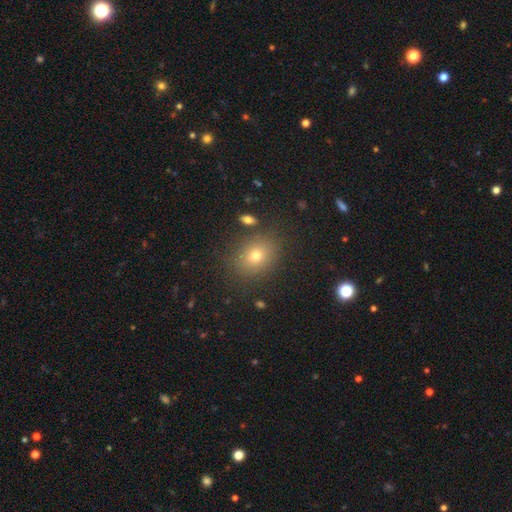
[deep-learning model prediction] Q: Smooth or featured?
A: smooth (72%); runner-up: star or artifact (16%)
Q: How rounded?
A: round (51%); runner-up: in between (48%)
Q: Merging?
A: none (83%); runner-up: minor disturbance (10%)